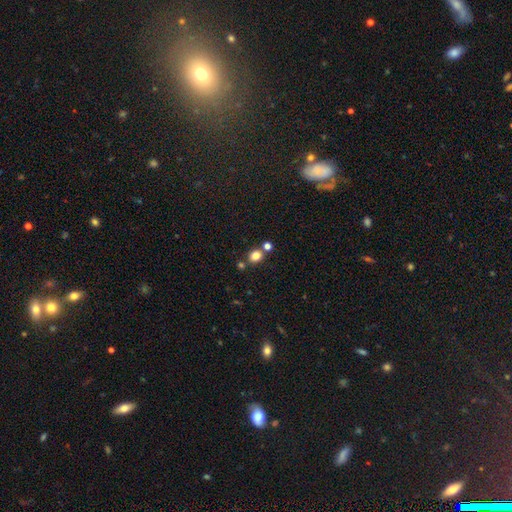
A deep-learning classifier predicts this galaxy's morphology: The model was most divided on "how rounded": round: 63%, in between: 36%, cigar-shaped: 1%. More confident: smooth or featured — smooth (81%); merging — none (70%).